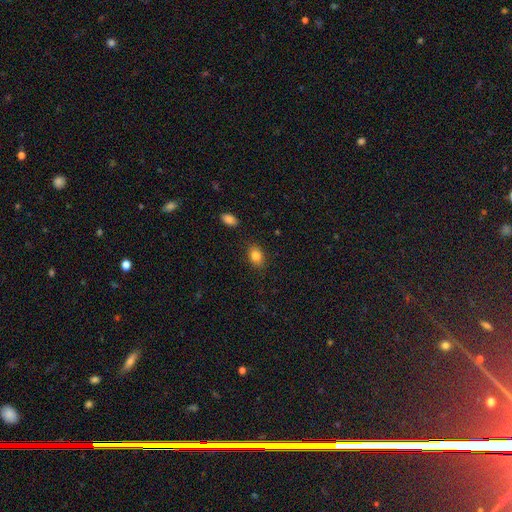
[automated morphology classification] The model was most divided on "how rounded": in between: 75%, round: 23%, cigar-shaped: 1%. More confident: merging — none (84%); smooth or featured — smooth (83%).